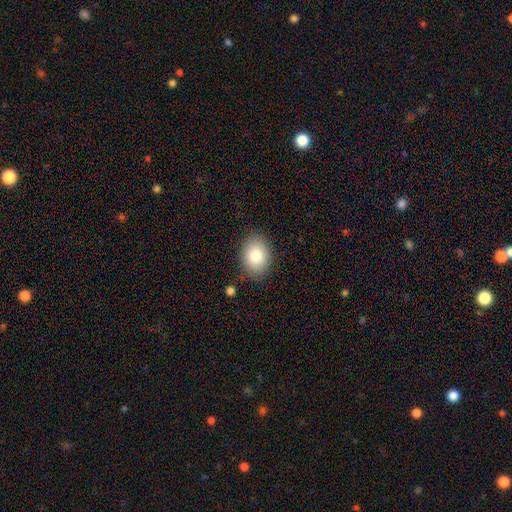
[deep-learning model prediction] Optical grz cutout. It shows a smooth galaxy with no disk features (84%) that is in between round and cigar-shaped (67%). Merging: none (85%).